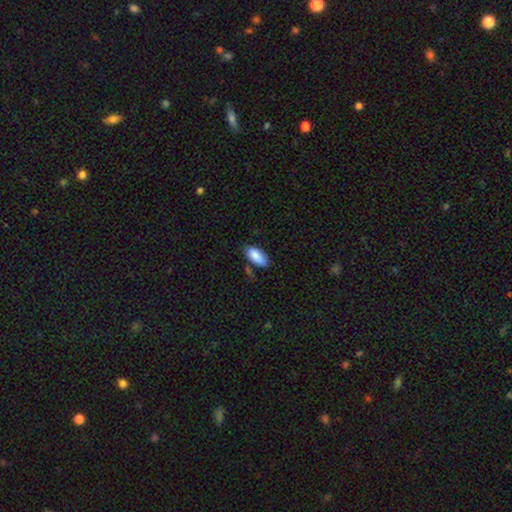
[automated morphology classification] smooth-or-featured: smooth: 86% | featured or disk: 7% | star or artifact: 7%
  how-rounded: in between: 89% | cigar-shaped: 9% | round: 2%
  merging: none: 68% | minor disturbance: 22% | merger: 6% | major disturbance: 4%